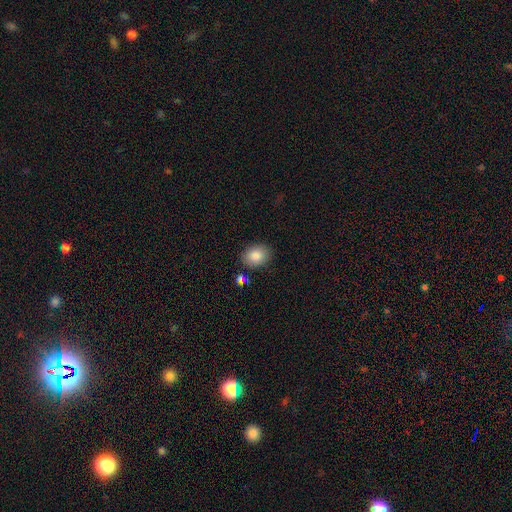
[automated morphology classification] Overall: smooth (85%). How rounded: in between (64%; round 35%). Merging: none (84%).